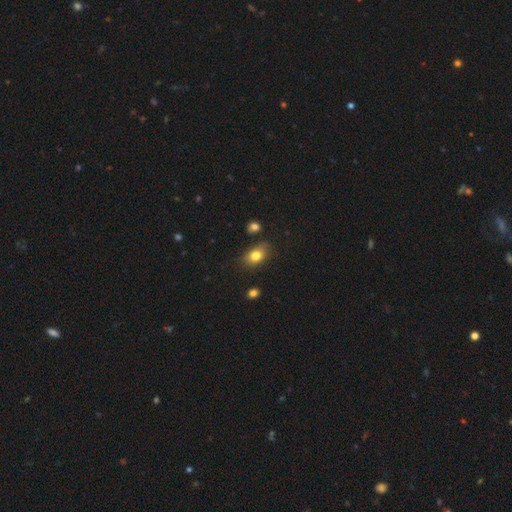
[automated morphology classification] Overall: smooth (81%). How rounded: in between (80%). Merging: none (74%).